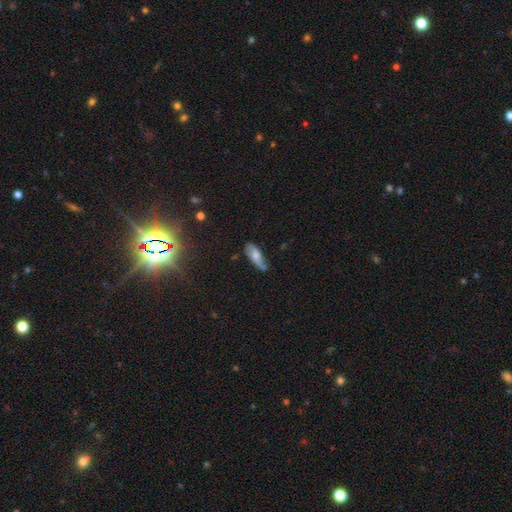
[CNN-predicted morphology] smooth 46% (tied), featured or disk 46% (tied), star or artifact 7%. Down the decision tree: merging — none (56%).